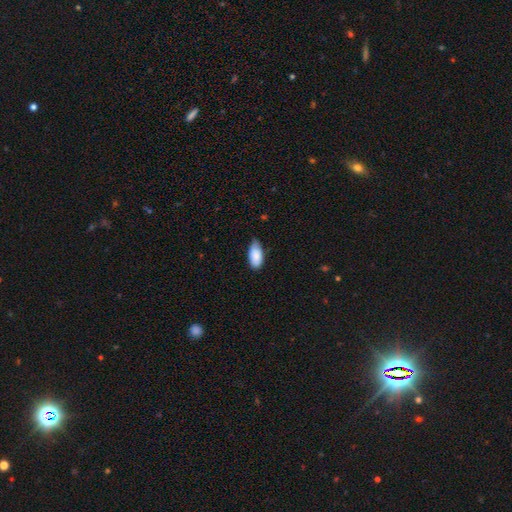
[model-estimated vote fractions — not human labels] The model was most divided on "merging": none: 57%, minor disturbance: 37%, major disturbance: 4%, merger: 1%. More confident: how rounded — in between (92%); smooth or featured — smooth (88%).